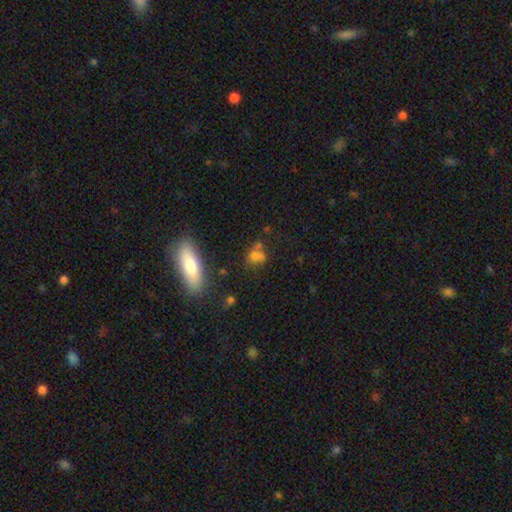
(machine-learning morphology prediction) Overall: smooth (65%). How rounded: in between (55%; round 39%). Merging: none (46%; merger 27%).